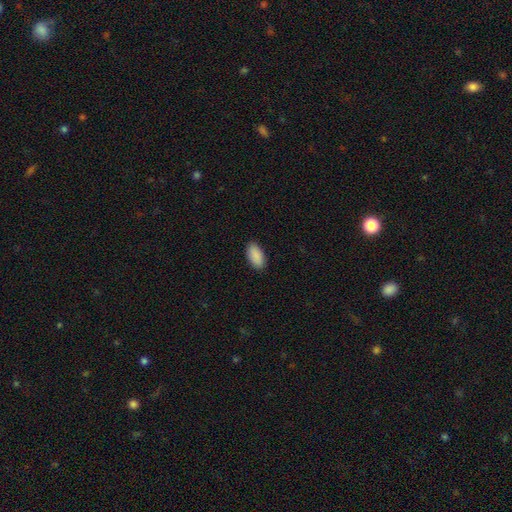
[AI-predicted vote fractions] Morphology: type=smooth (91%); roundness=in between (93%); merging=none (89%).